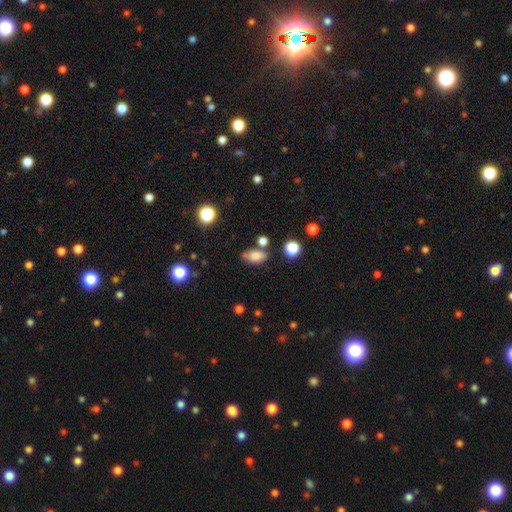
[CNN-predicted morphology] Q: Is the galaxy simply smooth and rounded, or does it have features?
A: smooth — 79%.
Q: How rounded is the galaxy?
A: in between — 87%.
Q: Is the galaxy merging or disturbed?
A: none — 67%.